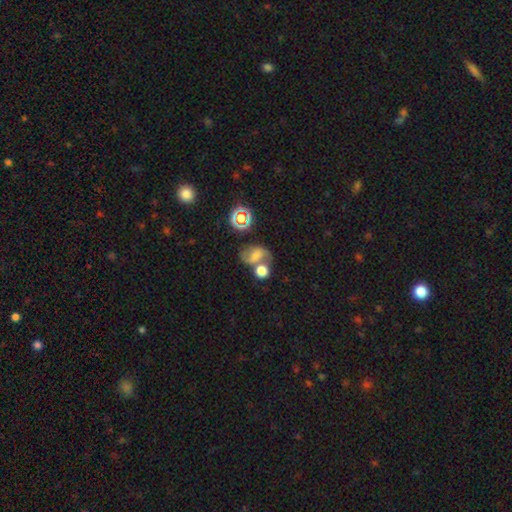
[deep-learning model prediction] A smooth galaxy with no disk features (45%).

Vote fractions:
- Smooth or featured? smooth: 45% / featured or disk: 38% / star or artifact: 17%
- Merging? merger: 40% / none: 36% / minor disturbance: 14% / major disturbance: 9%